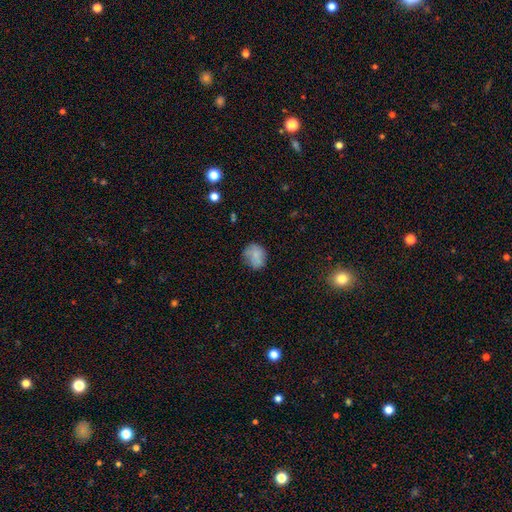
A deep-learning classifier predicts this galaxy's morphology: Smooth or featured: smooth — 77% (featured or disk — 13%)
How rounded: round — 66% (in between — 33%)
Merging: none — 65% (minor disturbance — 25%)